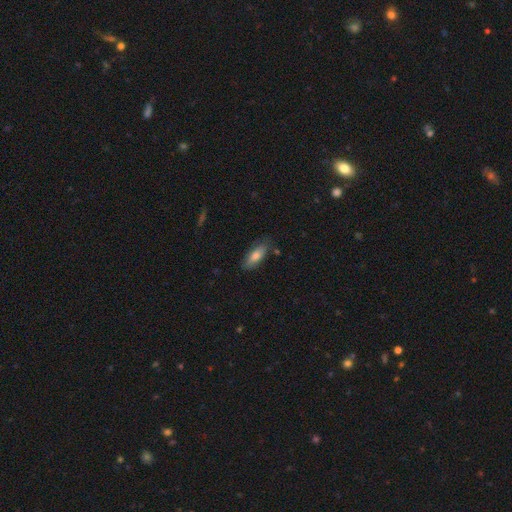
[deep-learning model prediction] Smooth or featured? smooth (75%)
How rounded? in between (73%)
Merging? none (77%)